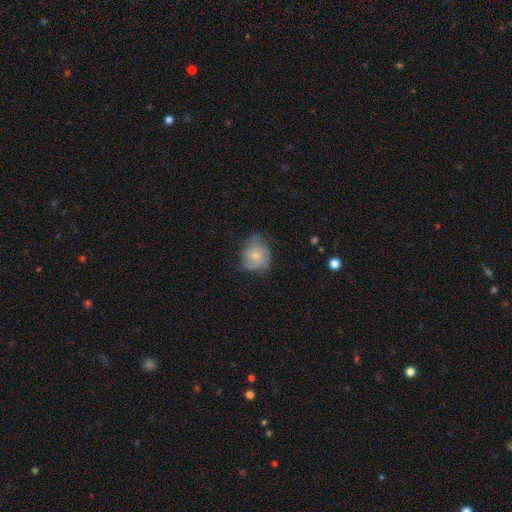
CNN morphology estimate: This is possibly a smooth galaxy (54%). How rounded: likely round (61%). Merging: possibly none (51%).